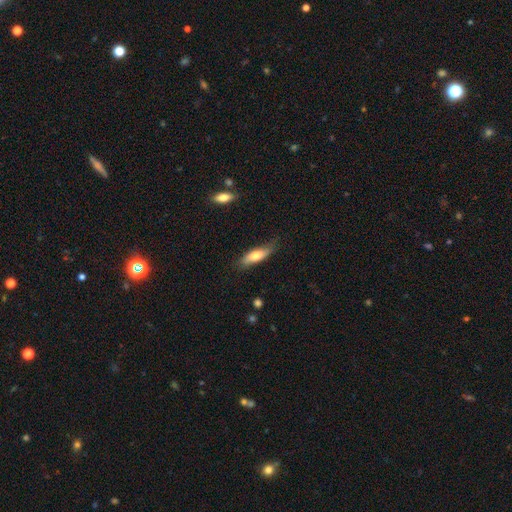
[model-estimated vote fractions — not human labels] Smooth or featured? Predicted: smooth (p=0.70). How rounded? Predicted: in between (p=0.54). Merging? Predicted: none (p=0.66).